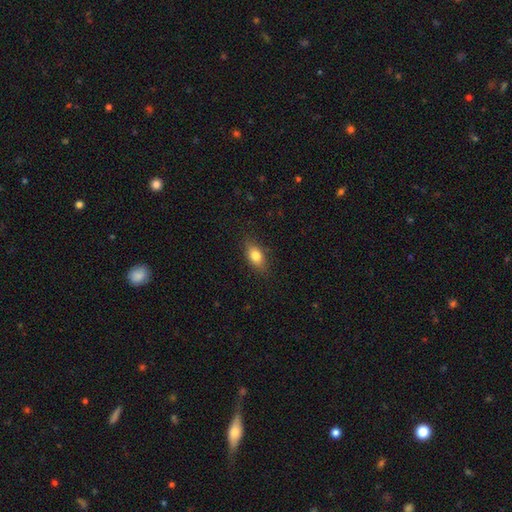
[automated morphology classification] This appears to be a smooth galaxy with no disk features (80%) that is in between round and cigar-shaped (83%). Merging: none (84%).